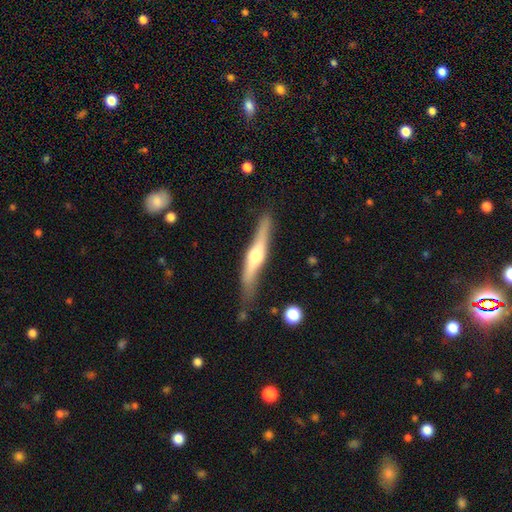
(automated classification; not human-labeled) Overall: featured or disk (65%; smooth 31%). Edge-on disk: yes (94%). Edge-on bulge: rounded (89%). Merging: none (77%).